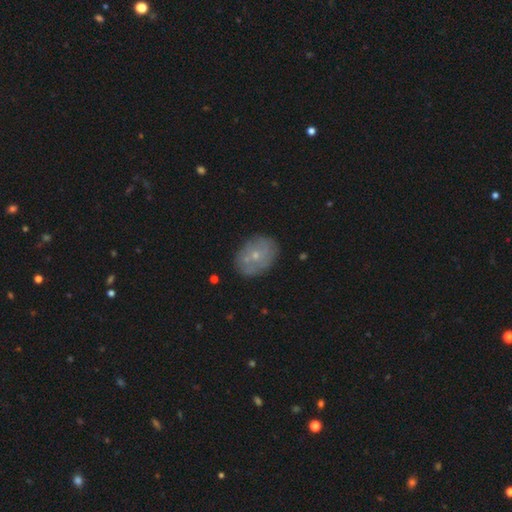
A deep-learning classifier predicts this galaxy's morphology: This is possibly a smooth galaxy (47%). Merging: likely none (73%).